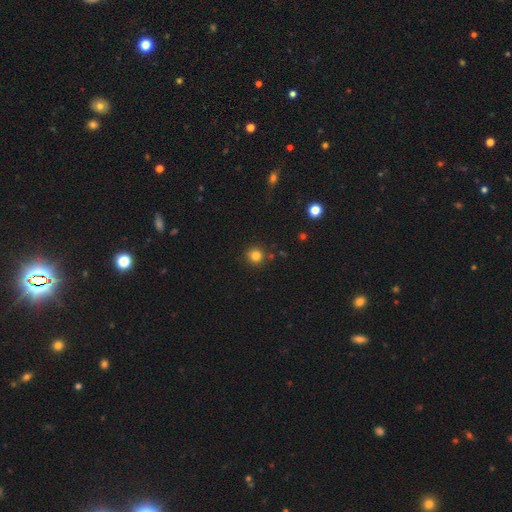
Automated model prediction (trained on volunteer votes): Smooth or featured? Predicted: smooth (p=0.82). How rounded? Predicted: round (p=0.94). Merging? Predicted: none (p=0.88).